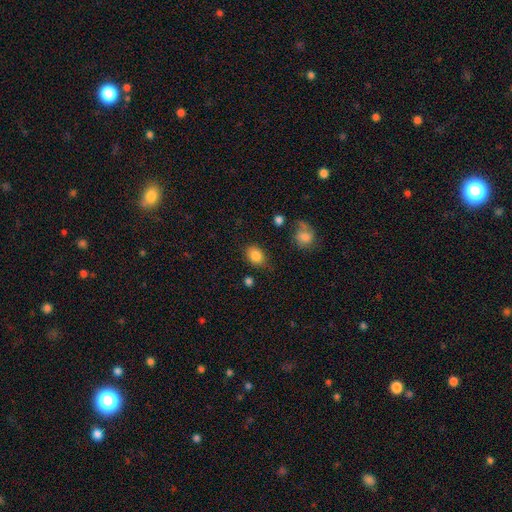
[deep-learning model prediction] Smooth or featured? smooth (84%)
How rounded? in between (58%)
Merging? none (74%)